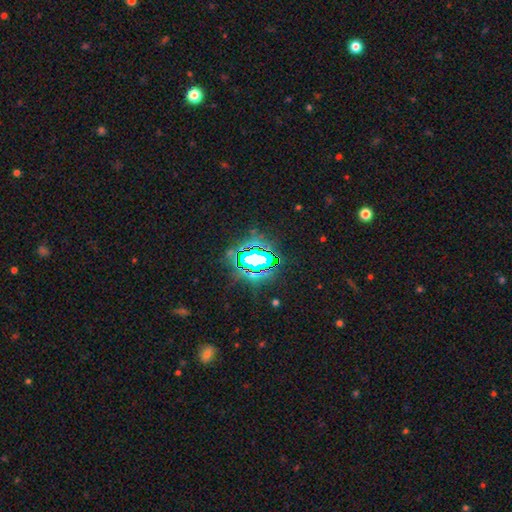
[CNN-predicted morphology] type=star or artifact (75%).